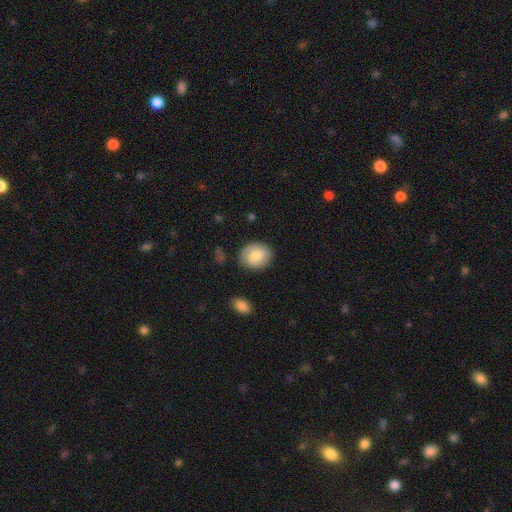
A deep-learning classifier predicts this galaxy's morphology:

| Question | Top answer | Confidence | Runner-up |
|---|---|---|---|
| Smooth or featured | smooth | 77% | featured or disk (16%) |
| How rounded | round | 60% | in between (39%) |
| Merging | none | 79% | minor disturbance (15%) |